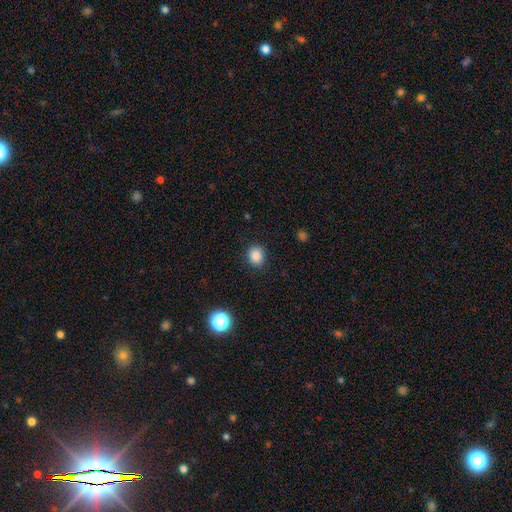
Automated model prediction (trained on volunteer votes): Smooth or featured? Predicted: smooth (p=0.86). How rounded? Predicted: round (p=0.72). Merging? Predicted: none (p=0.89).